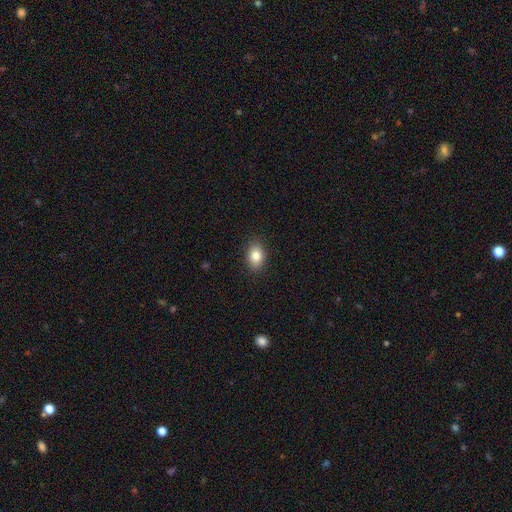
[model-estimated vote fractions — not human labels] A smooth galaxy with no disk features (82%) that is in between round and cigar-shaped (81%).

Vote fractions:
- Smooth or featured? smooth: 82% / featured or disk: 9% / star or artifact: 9%
- How rounded? in between: 81% / round: 18% / cigar-shaped: 1%
- Merging? none: 88% / minor disturbance: 9% / major disturbance: 2% / merger: 1%